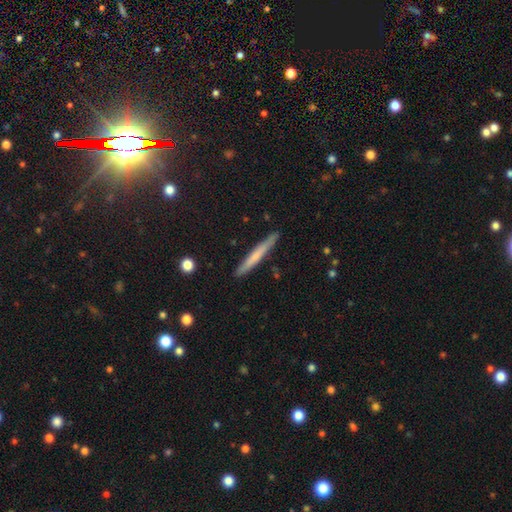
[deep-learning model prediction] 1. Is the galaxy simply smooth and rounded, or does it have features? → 56% smooth, 38% featured or disk, 6% star or artifact.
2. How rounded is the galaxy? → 96% cigar-shaped, 3% in between, 1% round.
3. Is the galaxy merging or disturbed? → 88% none, 9% minor disturbance, 2% major disturbance, 1% merger.